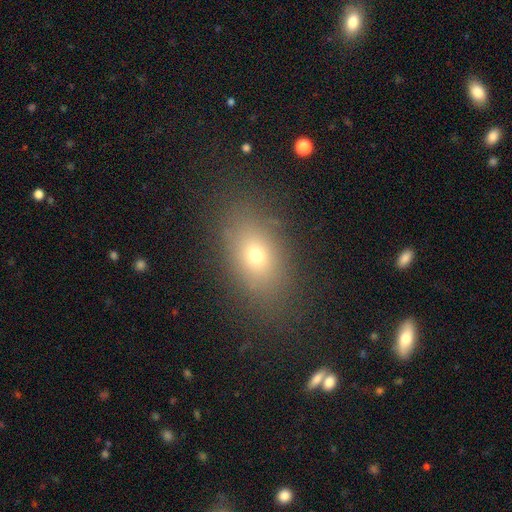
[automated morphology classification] type=smooth (71%); roundness=in between (81%); merging=none (80%).